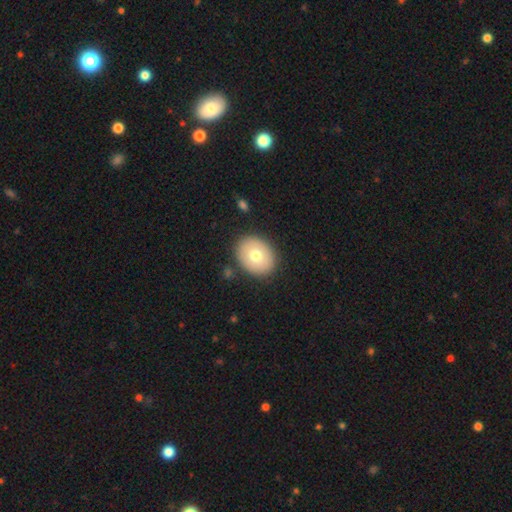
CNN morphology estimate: Q: Smooth or featured?
A: smooth (71%); runner-up: featured or disk (22%)
Q: How rounded?
A: in between (51%); runner-up: round (48%)
Q: Merging?
A: none (87%); runner-up: minor disturbance (9%)